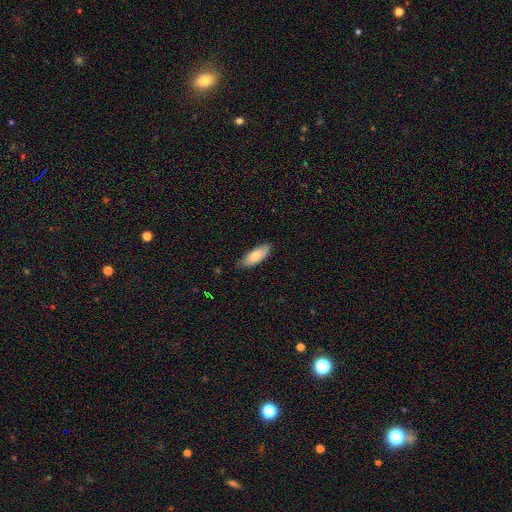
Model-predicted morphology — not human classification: smooth-or-featured: smooth: 75% | featured or disk: 19% | star or artifact: 6%
  how-rounded: in between: 69% | cigar-shaped: 29% | round: 2%
  merging: none: 80% | minor disturbance: 17% | major disturbance: 2% | merger: 1%